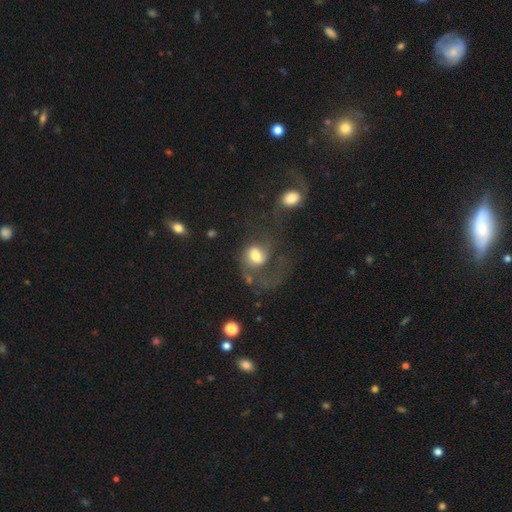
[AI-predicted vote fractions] A featured or disk galaxy (52%) with no bar (53%), spiral arms (76%) and a moderate central bulge (57%).

Vote fractions:
- Smooth or featured? featured or disk: 52% / smooth: 38% / star or artifact: 9%
- Edge-on disk? no: 97% / yes: 3%
- Bar? no: 53% / weak: 38% / strong: 10%
- Spiral arms? yes: 76% / no: 24%
- Bulge size? moderate: 57% / large: 27% / small: 11% / dominant: 4% / none: 2%
- Merging? major disturbance: 44% / none: 28% / minor disturbance: 15% / merger: 13%